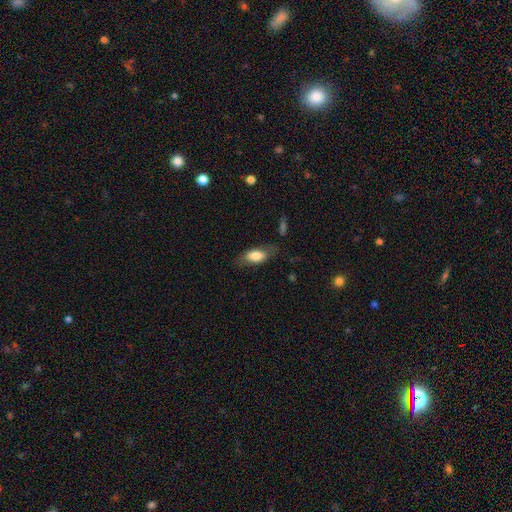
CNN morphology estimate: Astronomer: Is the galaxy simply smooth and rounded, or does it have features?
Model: smooth — 74%.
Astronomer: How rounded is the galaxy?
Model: in between — 85%.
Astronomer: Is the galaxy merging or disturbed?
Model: none — 69%.